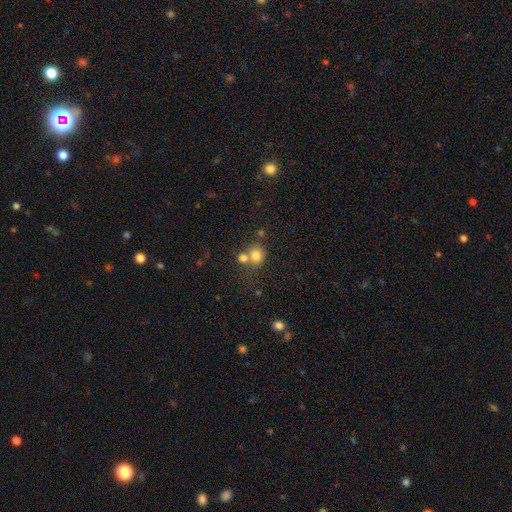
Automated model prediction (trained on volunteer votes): This appears to be a smooth galaxy with no disk features (77%) that is round (74%). Merging: none (44%).